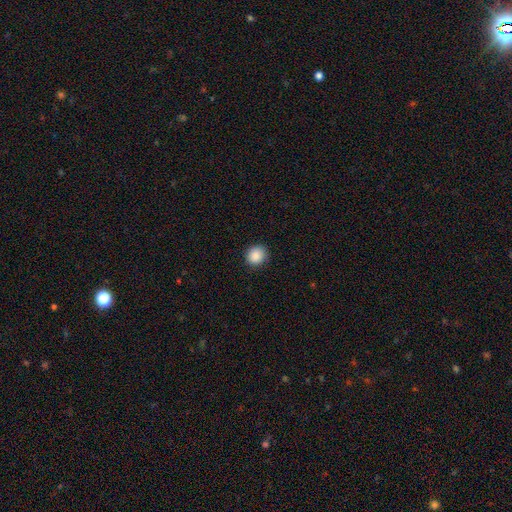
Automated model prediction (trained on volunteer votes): The model was most divided on "how rounded": round: 87%, in between: 12%, cigar-shaped: 1%. More confident: merging — none (89%); smooth or featured — smooth (88%).